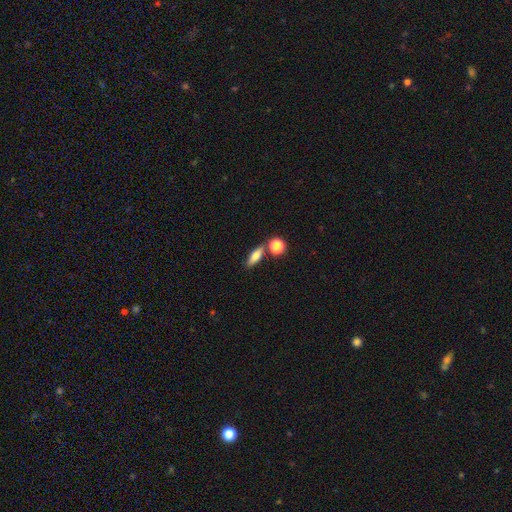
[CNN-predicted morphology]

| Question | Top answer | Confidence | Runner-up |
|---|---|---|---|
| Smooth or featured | smooth | 69% | featured or disk (21%) |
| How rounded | in between | 57% | cigar-shaped (31%) |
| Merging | none | 67% | merger (18%) |